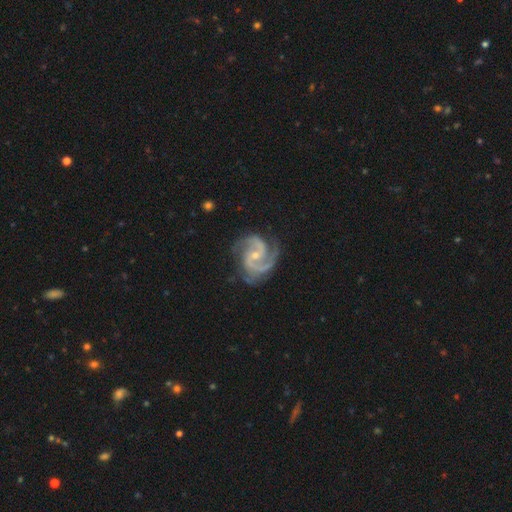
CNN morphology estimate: smooth-or-featured: featured or disk: 94% | star or artifact: 4% | smooth: 2%
  disk-edge-on: no: 98% | yes: 2%
    bar: no: 47% | weak: 39% | strong: 13%
    has-spiral-arms: yes: 99% | no: 1%
      spiral-winding: medium: 61% | tight: 29% | loose: 10%
      spiral-arm-count: 2: 82% | 3: 10% | can't tell: 3% | 1: 2% | 4: 2% | more than 4: 2%
    bulge-size: small: 65% | moderate: 32% | none: 2% | large: 1% | dominant: 1%
  merging: none: 72% | minor disturbance: 19% | major disturbance: 7% | merger: 2%